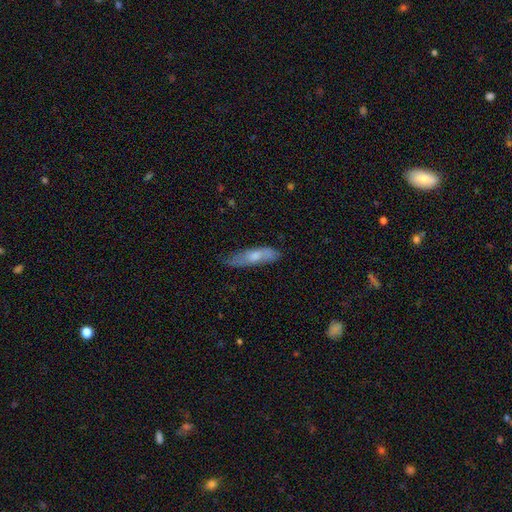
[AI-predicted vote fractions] smooth 59%, featured or disk 35%, star or artifact 6%. Down the decision tree: how rounded — cigar-shaped (64%); merging — none (62%).